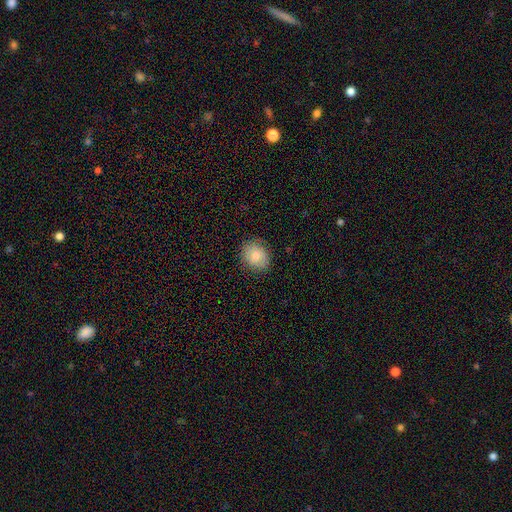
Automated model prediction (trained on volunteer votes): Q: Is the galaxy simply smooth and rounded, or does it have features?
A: smooth — 78%.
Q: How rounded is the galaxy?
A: round — 56%.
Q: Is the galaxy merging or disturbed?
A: none — 83%.